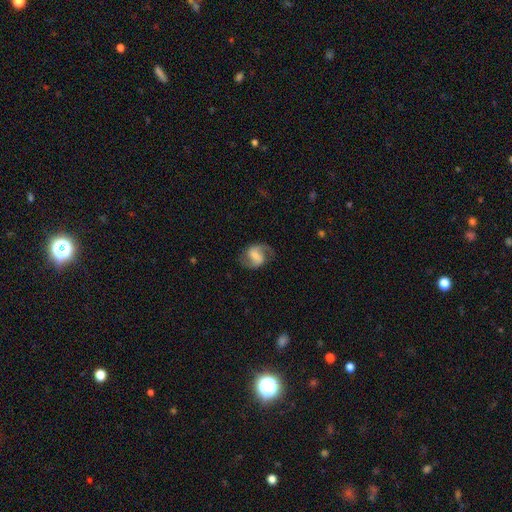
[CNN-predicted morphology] Smooth or featured?
  - featured or disk: 74% *
  - smooth: 19%
  - star or artifact: 7%
Edge-on disk?
  - no: 98% *
  - yes: 2%
Bar?
  - strong: 43% *
  - weak: 42%
  - no: 15%
Spiral arms?
  - yes: 93% *
  - no: 7%
Spiral winding?
  - medium: 50% *
  - loose: 35%
  - tight: 16%
Spiral arm count?
  - 2: 90% *
  - 1: 3%
  - can't tell: 3%
  - 3: 1%
  - 4: 1%
  - more than 4: 1%
Bulge size?
  - none: 30% *
  - small: 28%
  - moderate: 25%
  - large: 15%
  - dominant: 3%
Merging?
  - none: 75% *
  - minor disturbance: 15%
  - major disturbance: 9%
  - merger: 1%